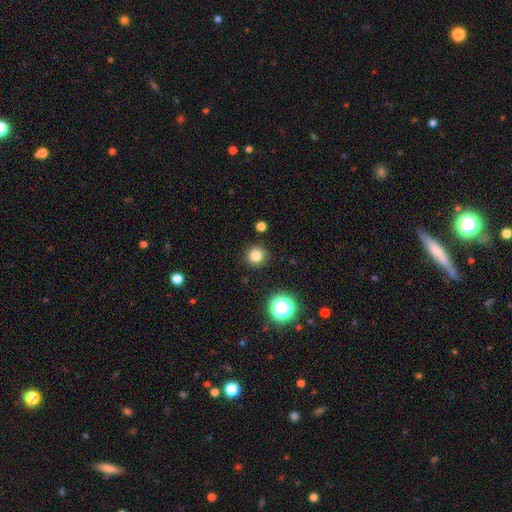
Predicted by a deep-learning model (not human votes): The model was most divided on "smooth or featured": smooth: 81%, star or artifact: 14%, featured or disk: 5%. More confident: how rounded — round (94%); merging — none (90%).